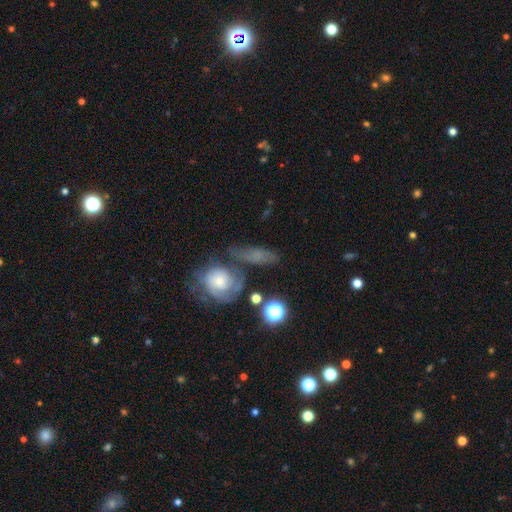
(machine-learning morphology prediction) The model was most divided on "smooth or featured": smooth: 43%, featured or disk: 38%, star or artifact: 19%. Remaining: merging — none (50%).